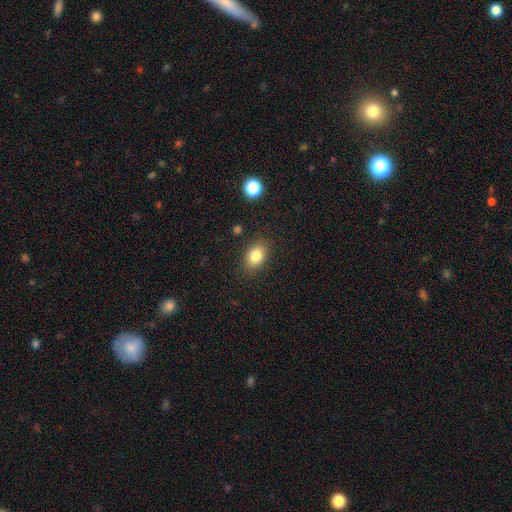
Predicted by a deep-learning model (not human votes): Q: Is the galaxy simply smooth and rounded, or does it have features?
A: smooth — 82%.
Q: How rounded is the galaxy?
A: in between — 77%.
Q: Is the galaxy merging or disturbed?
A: none — 85%.